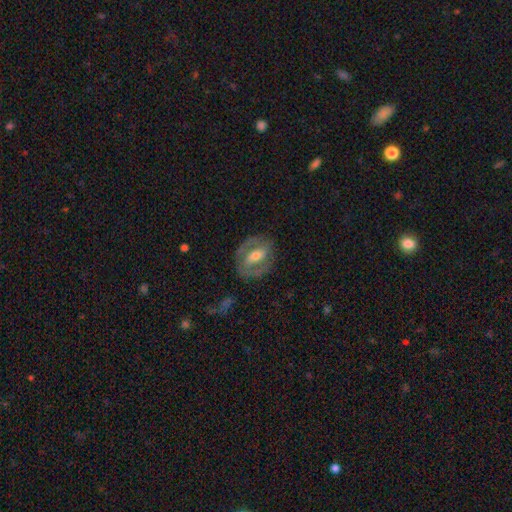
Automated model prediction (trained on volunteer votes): Morphology: type=featured or disk (71%); edge-on=no (94%); bar=strong (48%); spiral arms=yes (64%); bulge=moderate (57%); merging=none (77%).